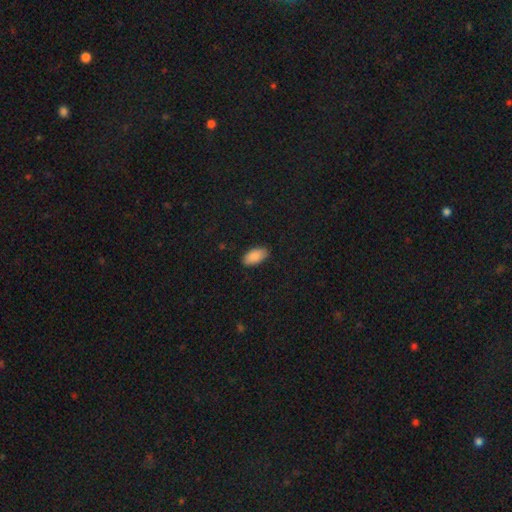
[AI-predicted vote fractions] A smooth galaxy with no disk features (89%) that is in between round and cigar-shaped (94%).

Vote fractions:
- Smooth or featured? smooth: 89% / star or artifact: 7% / featured or disk: 5%
- How rounded? in between: 94% / cigar-shaped: 4% / round: 2%
- Merging? none: 88% / minor disturbance: 9% / major disturbance: 2% / merger: 1%